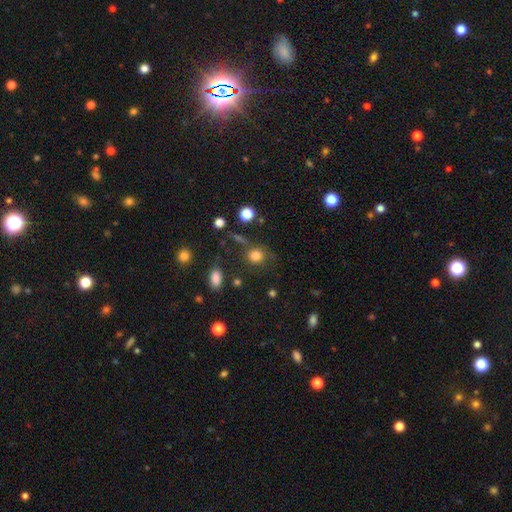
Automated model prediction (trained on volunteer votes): Smooth or featured: smooth — 80% (star or artifact — 13%)
How rounded: round — 81% (in between — 18%)
Merging: none — 69% (minor disturbance — 16%)